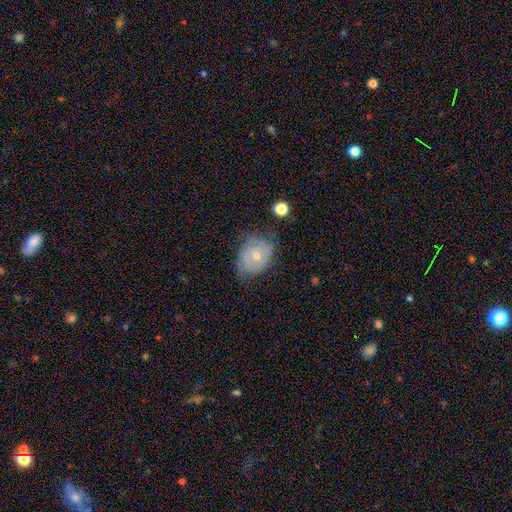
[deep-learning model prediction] smooth-or-featured: featured or disk: 50% | smooth: 42% | star or artifact: 8%
  merging: none: 59% | minor disturbance: 29% | major disturbance: 10% | merger: 2%